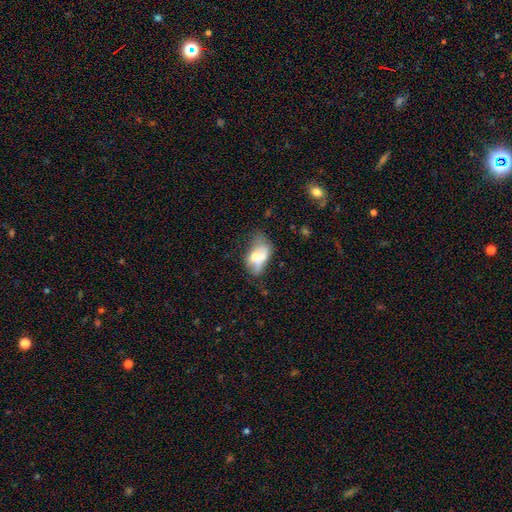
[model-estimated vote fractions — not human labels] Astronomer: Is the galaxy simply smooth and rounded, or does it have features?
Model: smooth — 52% (runner-up: featured or disk, 39%).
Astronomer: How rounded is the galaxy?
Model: in between — 82%.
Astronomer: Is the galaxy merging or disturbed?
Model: merger — 48%.